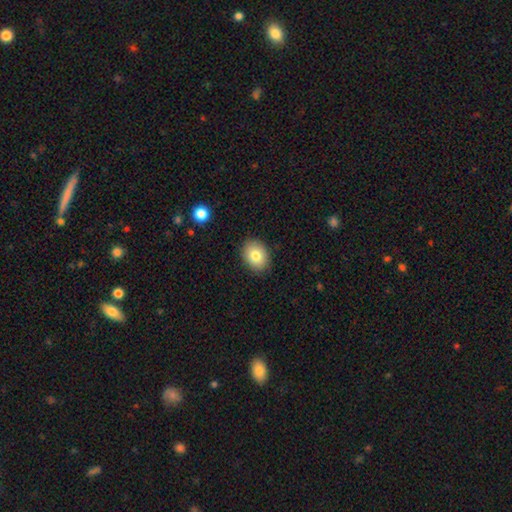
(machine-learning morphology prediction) Q: Smooth or featured?
A: smooth (80%); runner-up: featured or disk (11%)
Q: How rounded?
A: in between (60%); runner-up: round (39%)
Q: Merging?
A: none (88%); runner-up: minor disturbance (9%)